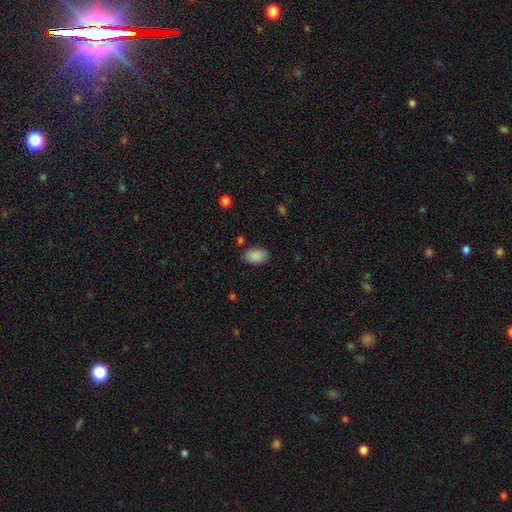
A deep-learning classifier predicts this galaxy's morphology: type=smooth (89%); roundness=in between (89%); merging=none (84%).